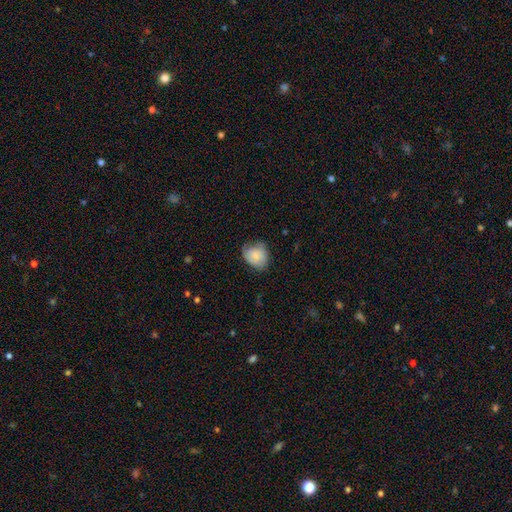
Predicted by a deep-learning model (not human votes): The model was most divided on "how rounded": round: 51%, in between: 48%, cigar-shaped: 1%. More confident: smooth or featured — smooth (78%); merging — none (54%).